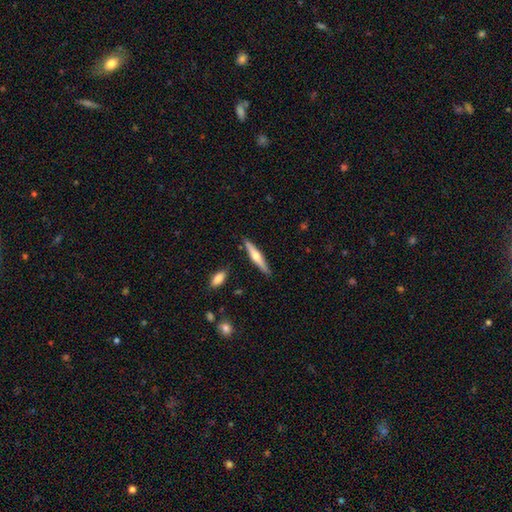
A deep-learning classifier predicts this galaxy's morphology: This appears to be a featured or disk galaxy (57%) viewed edge-on (96%) with a rounded central bulge (90%). Merging: none (87%).